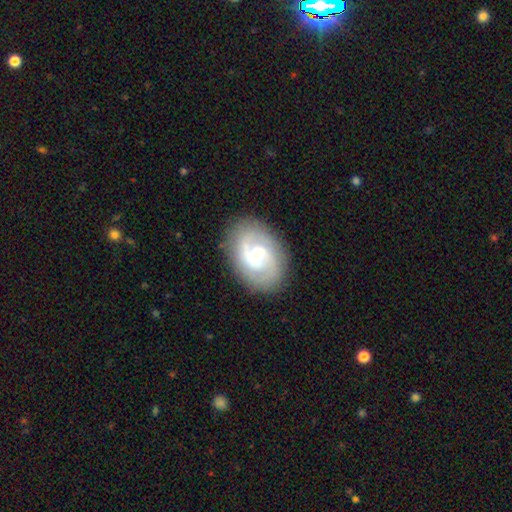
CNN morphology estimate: Smooth or featured? featured or disk (83%)
Edge-on disk? no (97%)
Bar? weak (54%)
Spiral arms? yes (95%)
Spiral winding? medium (48%)
Spiral arm count? 2 (79%)
Bulge size? small (57%)
Merging? none (84%)